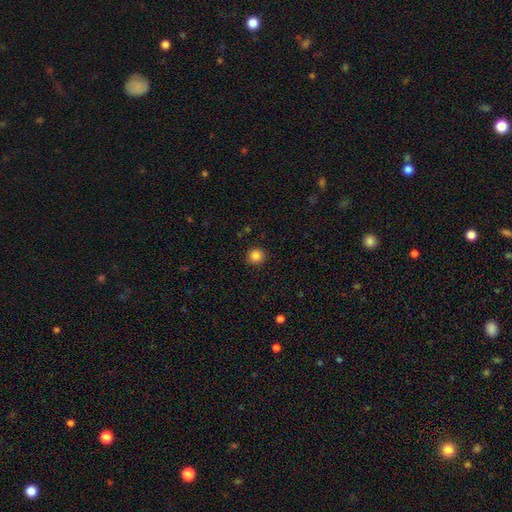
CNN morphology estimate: This appears to be a smooth galaxy with no disk features (86%) that is round (93%). Merging: none (92%).